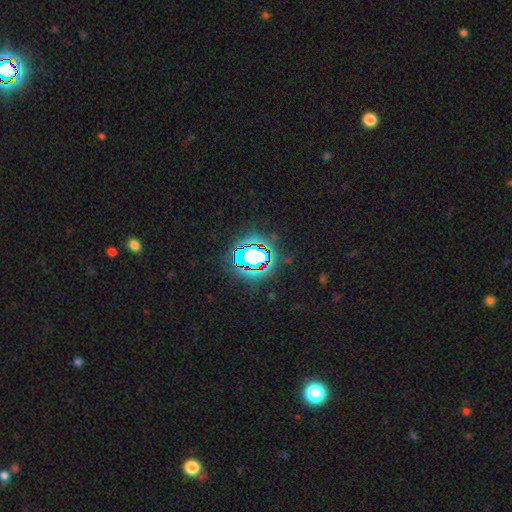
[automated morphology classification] Smooth or featured: star or artifact — 61% (smooth — 24%)